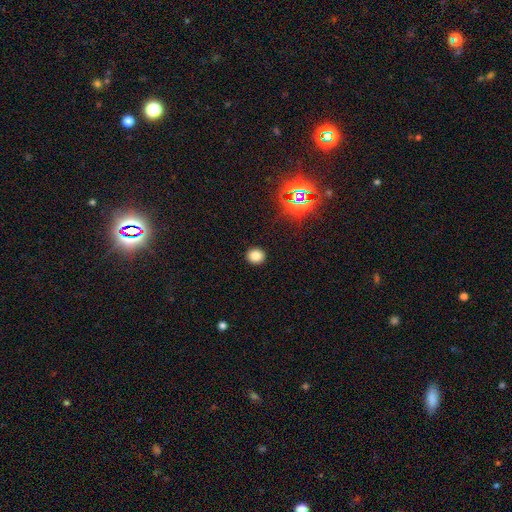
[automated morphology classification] This appears to be a smooth galaxy with no disk features (79%) that is round (80%). Merging: none (92%).